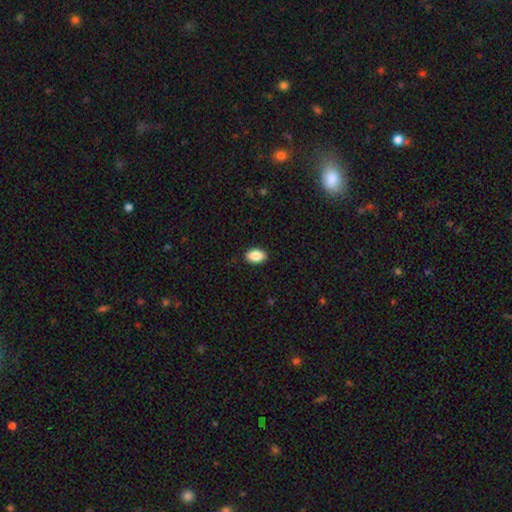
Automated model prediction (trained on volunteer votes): Overall: smooth (88%). How rounded: in between (89%). Merging: none (89%).